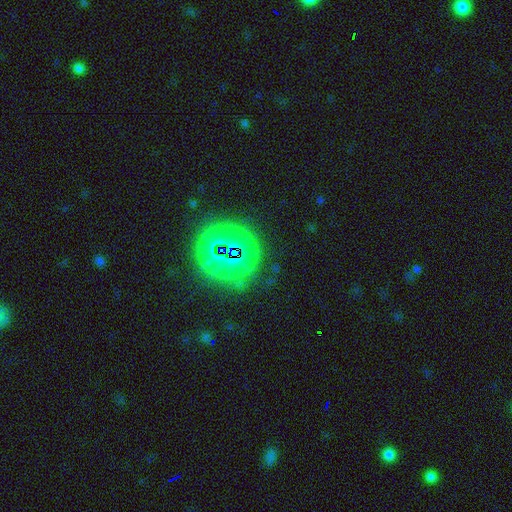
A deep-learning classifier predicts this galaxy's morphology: A star or artifact, not a galaxy (79%).